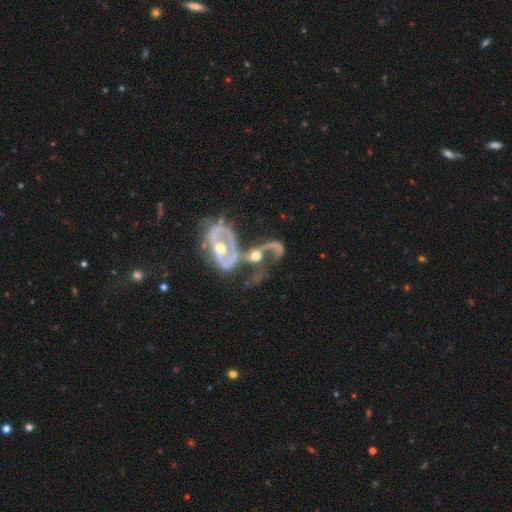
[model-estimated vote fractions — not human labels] Morphology: type=featured or disk (82%); edge-on=no (93%); bar=no (64%); spiral arms=yes (77%); winding=loose (63%); arm count=2 (63%); bulge=moderate (68%); merging=merger (62%).